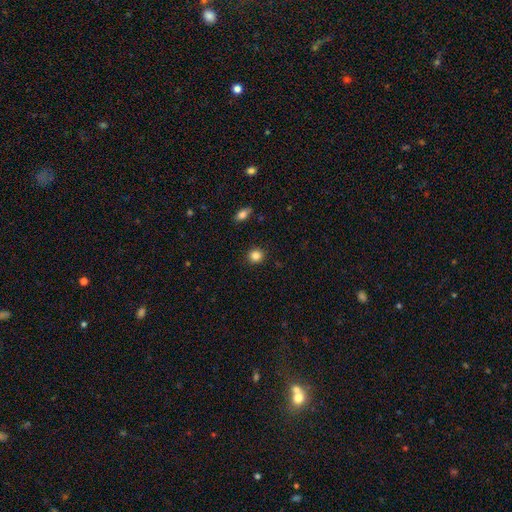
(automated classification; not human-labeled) Smooth or featured? Predicted: smooth (p=0.85). How rounded? Predicted: round (p=0.89). Merging? Predicted: none (p=0.91).